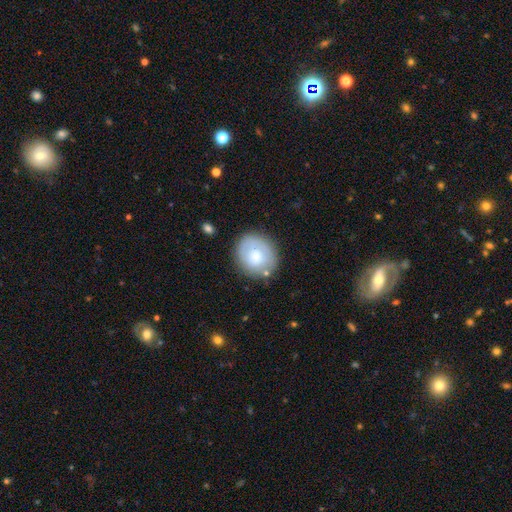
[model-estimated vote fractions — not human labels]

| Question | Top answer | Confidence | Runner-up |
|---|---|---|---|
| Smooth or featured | smooth | 64% | featured or disk (30%) |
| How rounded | round | 73% | in between (26%) |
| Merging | none | 73% | minor disturbance (17%) |